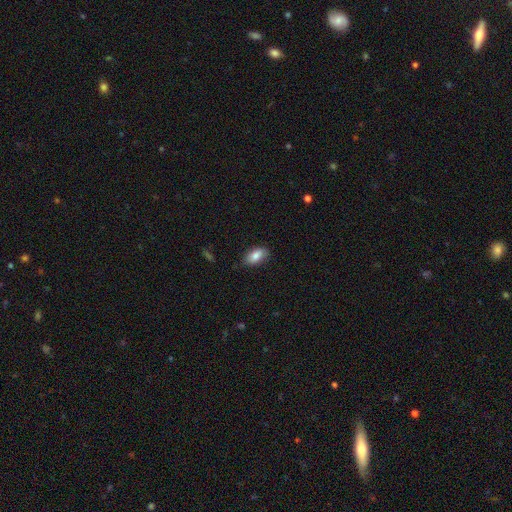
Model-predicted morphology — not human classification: This is clearly a smooth galaxy (83%). How rounded: clearly in between (93%). Merging: likely none (78%).